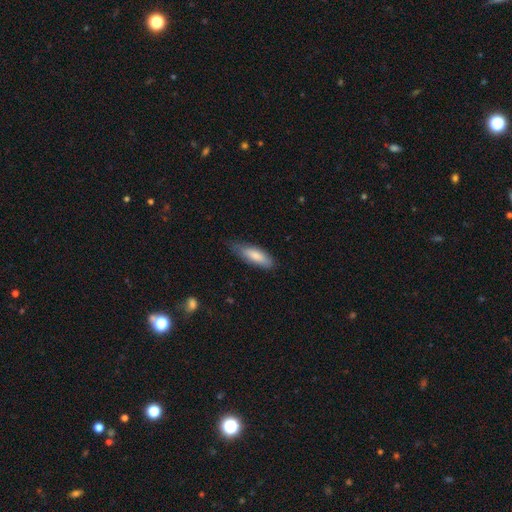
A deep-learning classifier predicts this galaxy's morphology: A smooth galaxy with no disk features (81%) that is in between round and cigar-shaped (59%).

Vote fractions:
- Smooth or featured? smooth: 81% / featured or disk: 13% / star or artifact: 5%
- How rounded? in between: 59% / cigar-shaped: 39% / round: 2%
- Merging? none: 62% / minor disturbance: 31% / major disturbance: 6% / merger: 1%